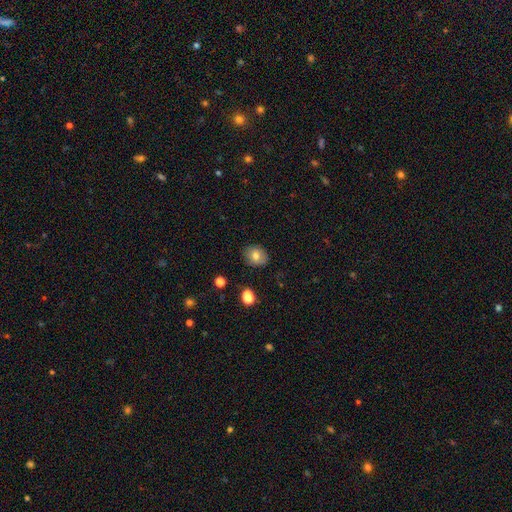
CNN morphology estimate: A smooth galaxy with no disk features (75%) that is round (55%).

Vote fractions:
- Smooth or featured? smooth: 75% / featured or disk: 14% / star or artifact: 10%
- How rounded? round: 55% / in between: 44% / cigar-shaped: 1%
- Merging? none: 84% / minor disturbance: 12% / major disturbance: 3% / merger: 1%